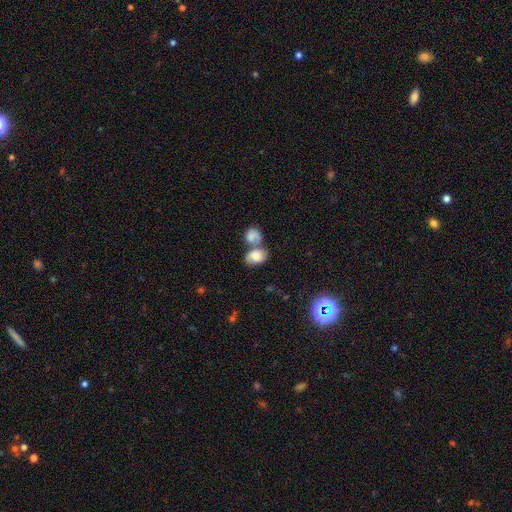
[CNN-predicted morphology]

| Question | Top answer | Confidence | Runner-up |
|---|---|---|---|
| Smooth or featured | smooth | 73% | featured or disk (19%) |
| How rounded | in between | 75% | round (24%) |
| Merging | merger | 63% | none (21%) |